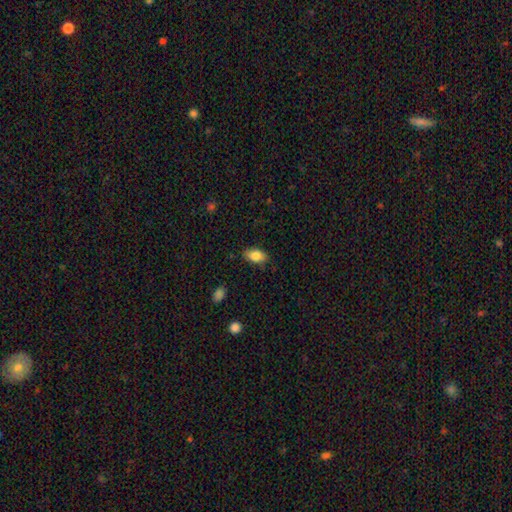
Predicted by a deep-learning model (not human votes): smooth 84%, featured or disk 8%, star or artifact 8%. Down the decision tree: how rounded — in between (91%); merging — none (84%).